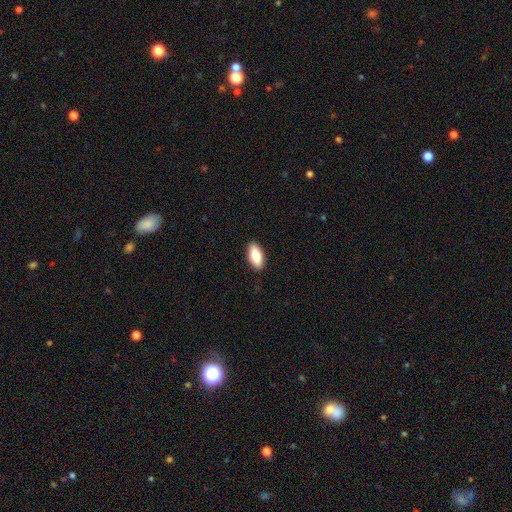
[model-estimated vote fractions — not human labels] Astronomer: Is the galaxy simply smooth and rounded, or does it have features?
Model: smooth — 79%.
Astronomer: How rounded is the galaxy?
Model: in between — 88%.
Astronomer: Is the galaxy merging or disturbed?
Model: none — 90%.